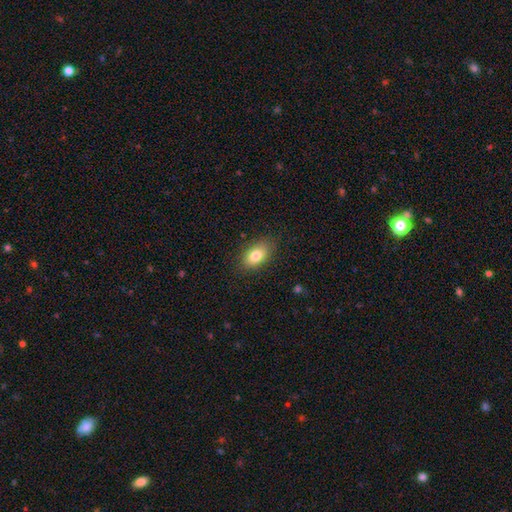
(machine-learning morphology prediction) smooth_or_featured: smooth (p=0.81) [alt: featured or disk p=0.11]
how_rounded: in between (p=0.90) [alt: round p=0.07]
merging: none (p=0.84) [alt: minor disturbance p=0.12]